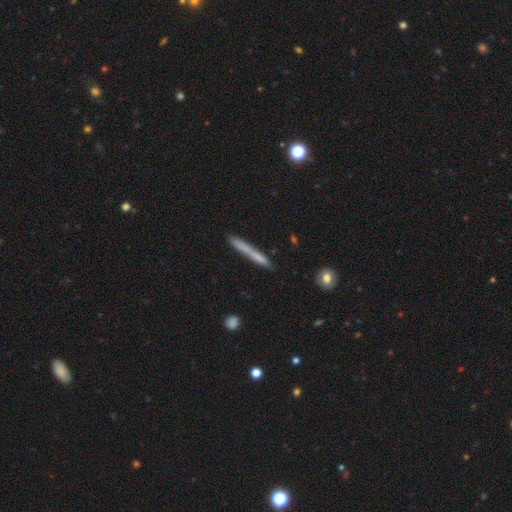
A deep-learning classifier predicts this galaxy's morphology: Smooth or featured: smooth — 66% (featured or disk — 28%)
How rounded: cigar-shaped — 96% (in between — 2%)
Merging: none — 79% (minor disturbance — 14%)